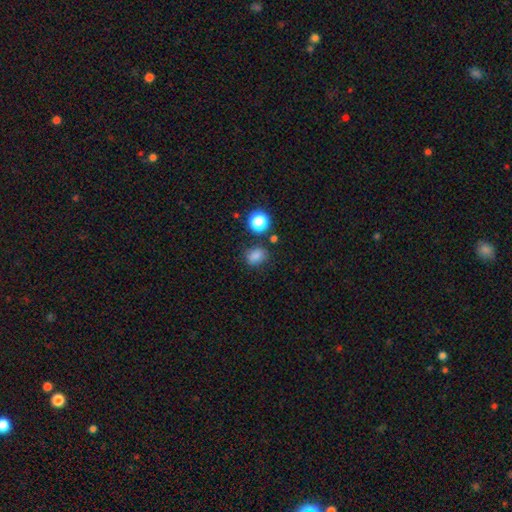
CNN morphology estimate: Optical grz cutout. It shows a smooth galaxy with no disk features (80%) that is in between round and cigar-shaped (54%). Merging: none (72%).